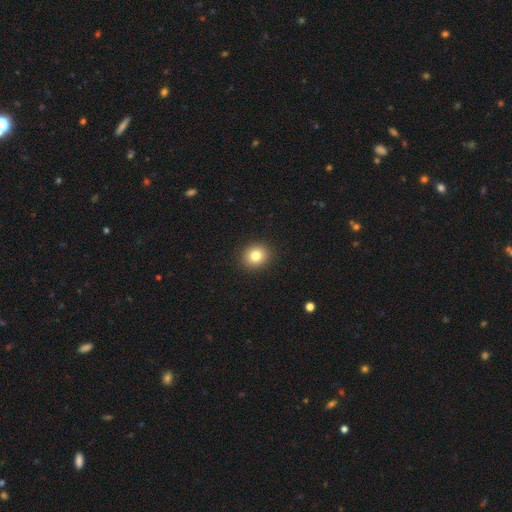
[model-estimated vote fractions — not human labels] Smooth or featured? Predicted: smooth (p=0.81). How rounded? Predicted: round (p=0.77). Merging? Predicted: none (p=0.91).